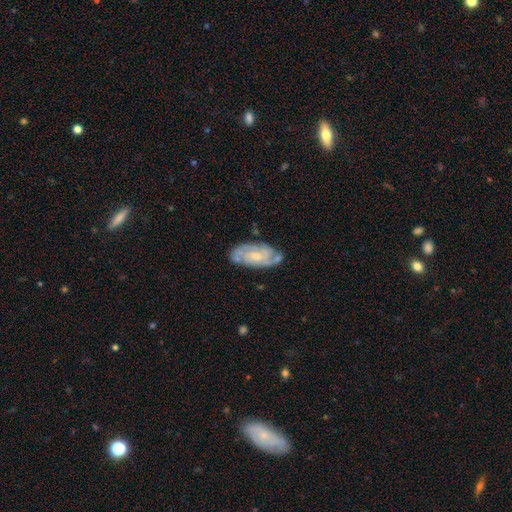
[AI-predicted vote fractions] This appears to be a featured or disk galaxy (78%) with no bar (60%), 2 (32%) tight (56%) spiral arms (93%) and a small central bulge (51%). Merging: none (71%).